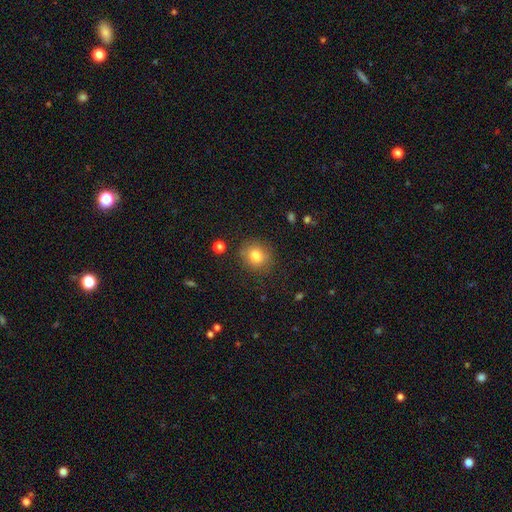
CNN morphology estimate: Smooth or featured?
  - smooth: 81% *
  - star or artifact: 10%
  - featured or disk: 9%
How rounded?
  - round: 81% *
  - in between: 18%
  - cigar-shaped: 1%
Merging?
  - none: 83% *
  - minor disturbance: 12%
  - major disturbance: 4%
  - merger: 2%